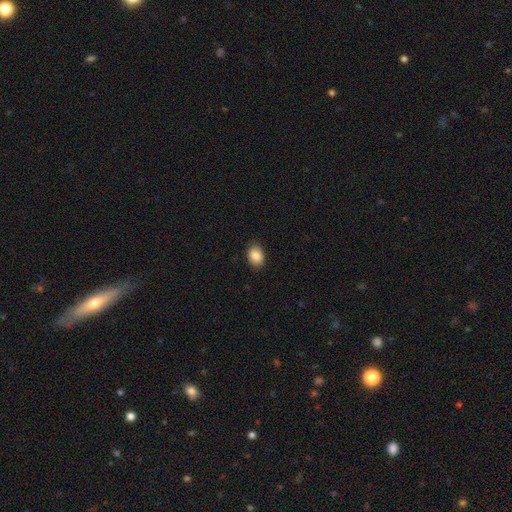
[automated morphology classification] Smooth or featured: smooth — 88% (star or artifact — 8%)
How rounded: in between — 77% (round — 22%)
Merging: none — 88% (minor disturbance — 9%)